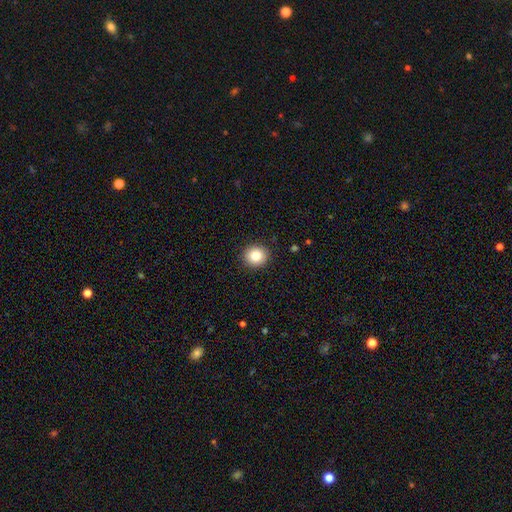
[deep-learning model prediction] Morphology: type=smooth (82%); roundness=round (88%); merging=none (91%).